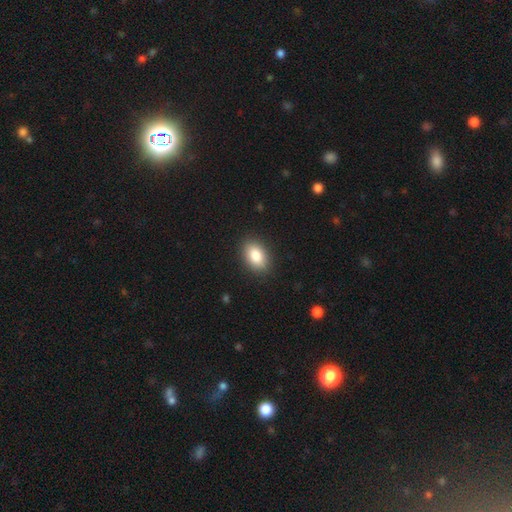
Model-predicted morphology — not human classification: Smooth or featured?
  - smooth: 86% *
  - star or artifact: 7%
  - featured or disk: 7%
How rounded?
  - in between: 88% *
  - round: 11%
  - cigar-shaped: 1%
Merging?
  - none: 89% *
  - minor disturbance: 8%
  - major disturbance: 2%
  - merger: 1%